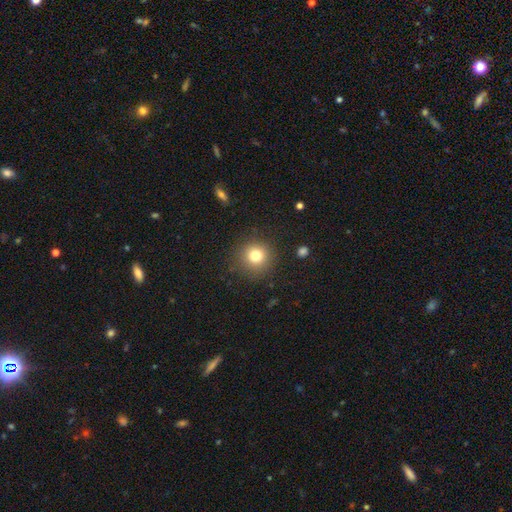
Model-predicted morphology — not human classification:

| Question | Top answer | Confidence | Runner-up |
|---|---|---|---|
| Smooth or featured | smooth | 78% | star or artifact (13%) |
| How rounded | round | 94% | in between (5%) |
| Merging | none | 87% | minor disturbance (8%) |